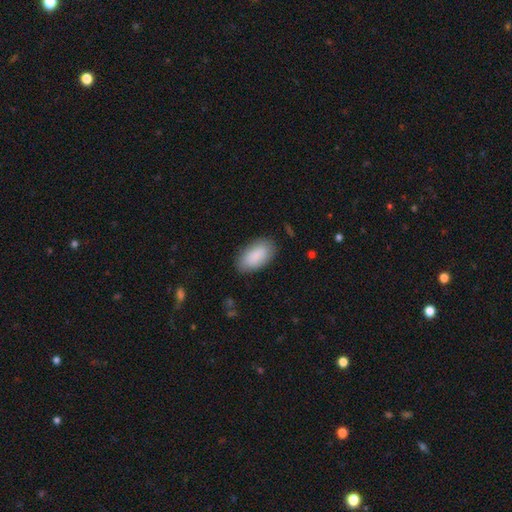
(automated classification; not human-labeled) Smooth or featured?
  - smooth: 88% *
  - featured or disk: 6%
  - star or artifact: 6%
How rounded?
  - in between: 95% *
  - round: 3%
  - cigar-shaped: 3%
Merging?
  - none: 84% *
  - minor disturbance: 12%
  - major disturbance: 3%
  - merger: 1%